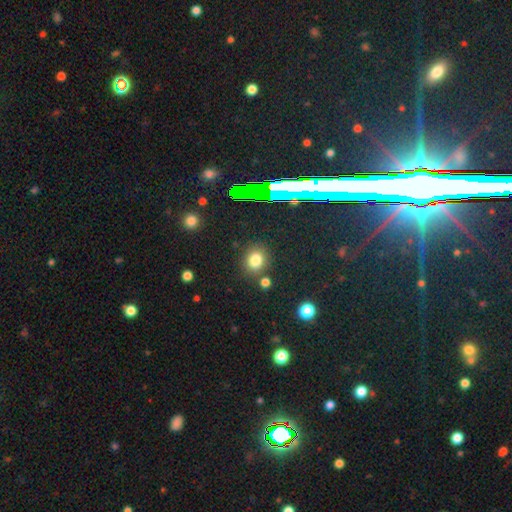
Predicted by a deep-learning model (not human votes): Overall: smooth (71%). How rounded: round (67%; in between 32%). Merging: none (85%).